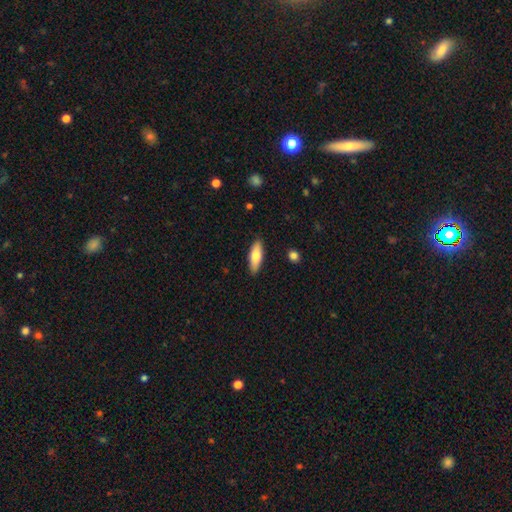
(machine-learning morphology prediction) This is likely a smooth galaxy (74%). How rounded: likely in between (61%). Merging: clearly none (88%).